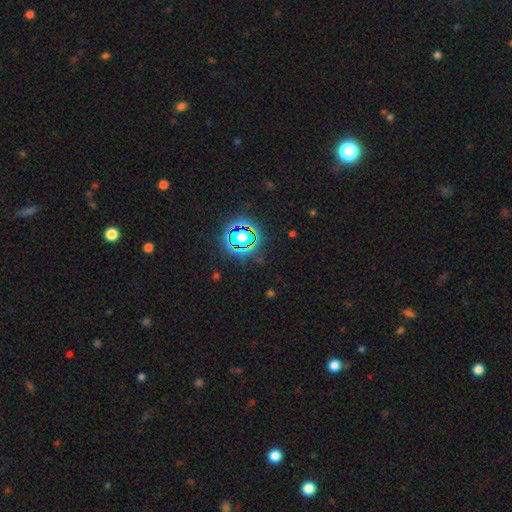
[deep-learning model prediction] smooth-or-featured: star or artifact: 80% | smooth: 12% | featured or disk: 8%